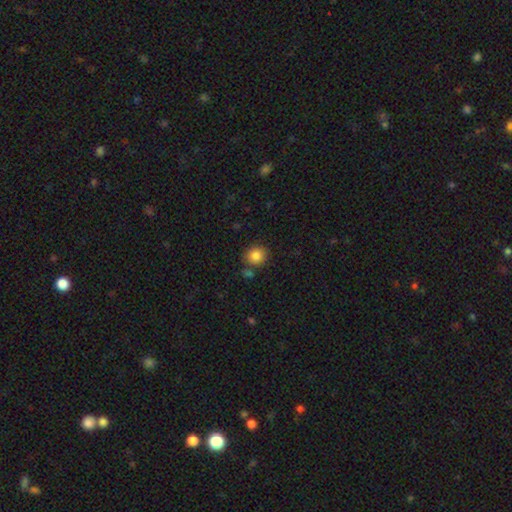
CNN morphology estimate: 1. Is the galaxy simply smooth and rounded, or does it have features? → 86% smooth, 10% star or artifact, 5% featured or disk.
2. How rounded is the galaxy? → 84% round, 15% in between, 1% cigar-shaped.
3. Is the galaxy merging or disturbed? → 78% none, 10% minor disturbance, 9% merger, 3% major disturbance.